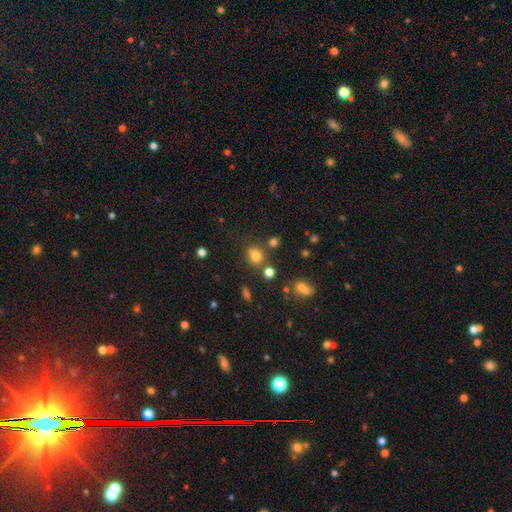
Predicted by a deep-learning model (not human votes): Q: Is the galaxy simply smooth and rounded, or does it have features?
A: smooth — 74%.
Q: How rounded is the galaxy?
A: round — 77%.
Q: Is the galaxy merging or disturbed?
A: none — 69%.